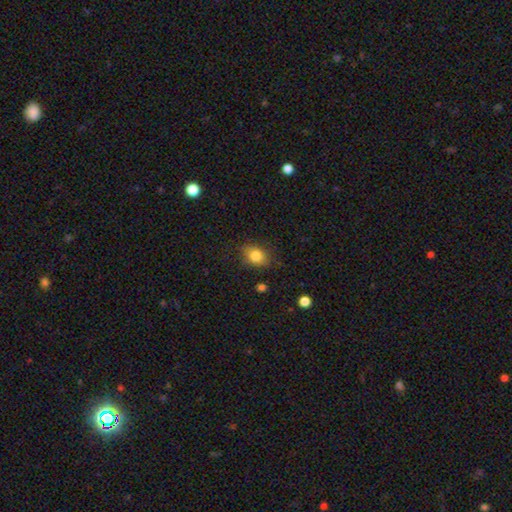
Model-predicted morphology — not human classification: A smooth galaxy with no disk features (81%) that is in between round and cigar-shaped (62%). Merging: none (78%).